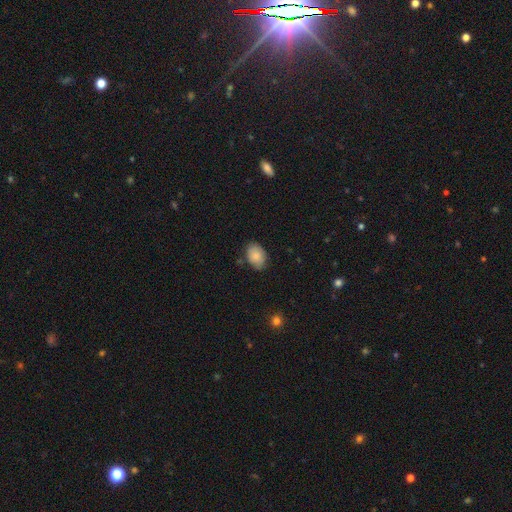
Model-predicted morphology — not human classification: The model was most divided on "merging": none: 76%, minor disturbance: 19%, major disturbance: 3%, merger: 2%. More confident: smooth or featured — smooth (84%); how rounded — in between (81%).